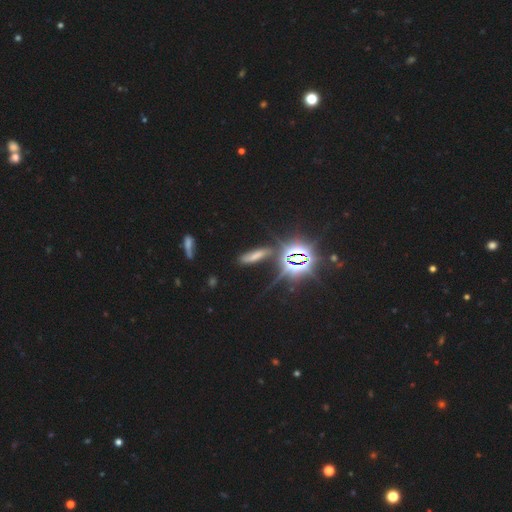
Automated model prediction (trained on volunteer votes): star or artifact 42%, smooth 40%, featured or disk 18%.